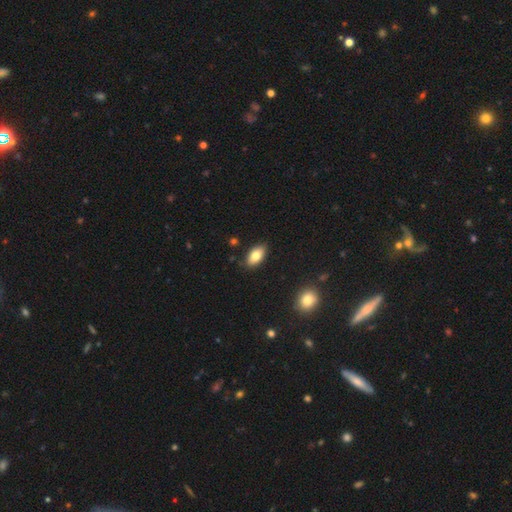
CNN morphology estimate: smooth-or-featured: smooth: 80% | featured or disk: 13% | star or artifact: 7%
  how-rounded: in between: 92% | cigar-shaped: 4% | round: 4%
  merging: none: 86% | minor disturbance: 10% | major disturbance: 2% | merger: 2%